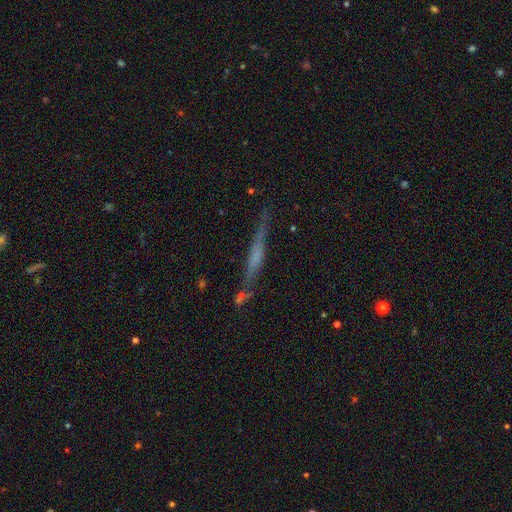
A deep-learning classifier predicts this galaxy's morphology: smooth-or-featured: featured or disk: 60% | smooth: 30% | star or artifact: 10%
  disk-edge-on: yes: 94% | no: 6%
    edge-on-bulge: none: 47% | rounded: 30% | boxy: 24%
  merging: none: 73% | minor disturbance: 15% | merger: 7% | major disturbance: 5%